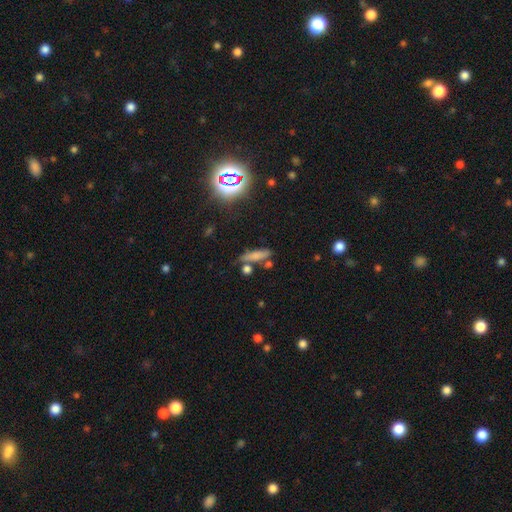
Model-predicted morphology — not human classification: This is likely a smooth galaxy (68%). How rounded: likely cigar-shaped (70%). Merging: likely none (63%).